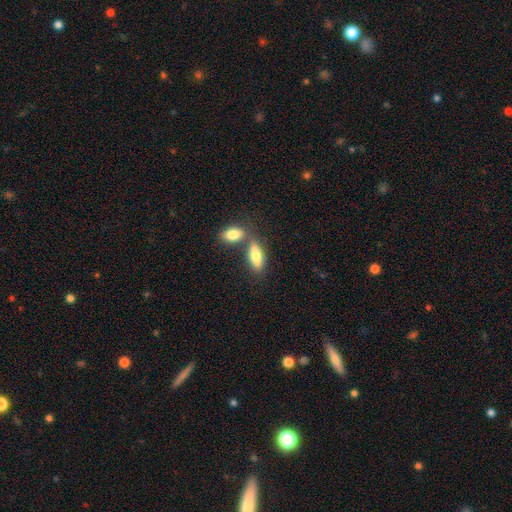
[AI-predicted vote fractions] Smooth or featured? Predicted: smooth (p=0.78). How rounded? Predicted: in between (p=0.70). Merging? Predicted: none (p=0.52).